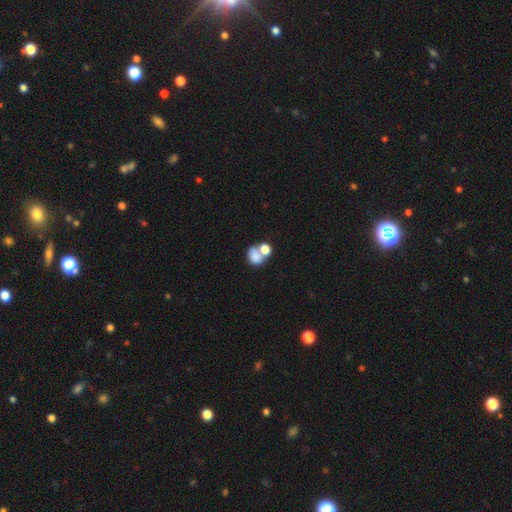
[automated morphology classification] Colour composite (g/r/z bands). It shows a smooth galaxy with no disk features (78%) that is in between round and cigar-shaped (51%). Merging: merger (56%).